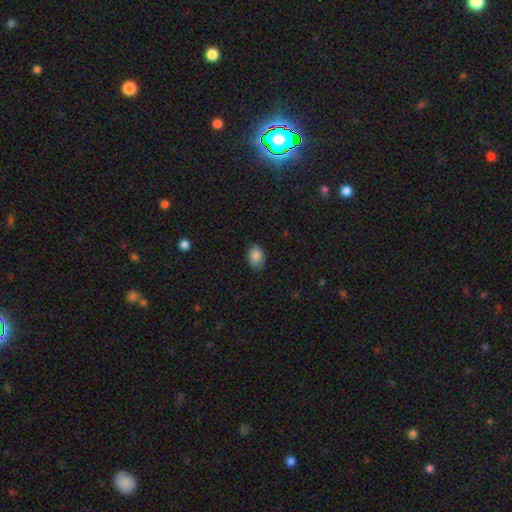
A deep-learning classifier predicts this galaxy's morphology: The model was most divided on "how rounded": in between: 77%, round: 22%, cigar-shaped: 1%. More confident: smooth or featured — smooth (87%); merging — none (83%).